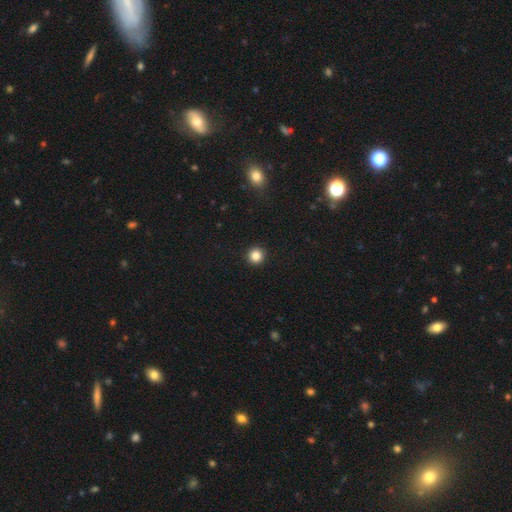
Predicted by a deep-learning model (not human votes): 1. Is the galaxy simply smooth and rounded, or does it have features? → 85% smooth, 11% star or artifact, 4% featured or disk.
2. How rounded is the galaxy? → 95% round, 4% in between, 1% cigar-shaped.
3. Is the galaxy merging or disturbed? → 93% none, 4% minor disturbance, 1% major disturbance, 1% merger.